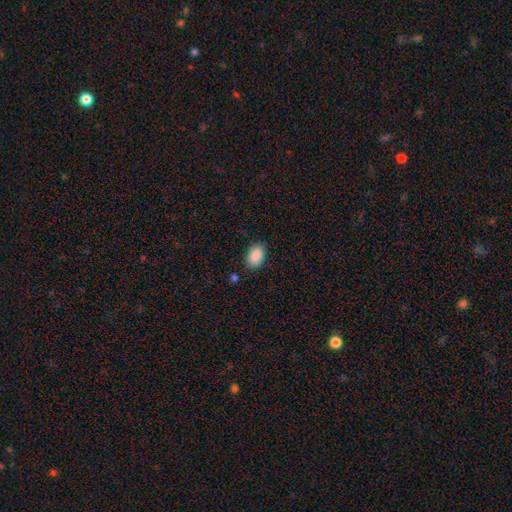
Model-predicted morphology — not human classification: The model was most divided on "merging": none: 83%, minor disturbance: 13%, major disturbance: 3%, merger: 2%. More confident: smooth or featured — smooth (90%); how rounded — in between (88%).